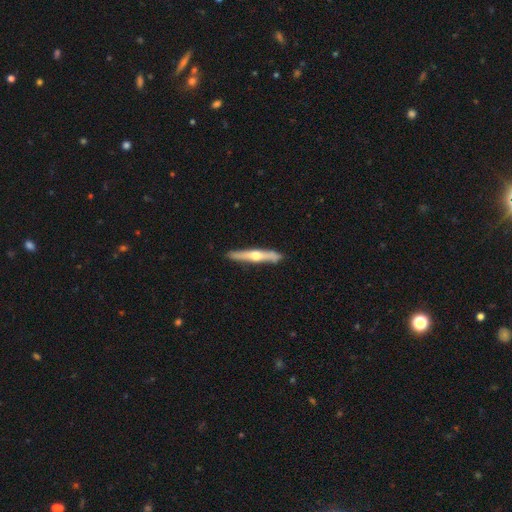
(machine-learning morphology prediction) A featured or disk galaxy (62%) viewed edge-on (94%) with a rounded central bulge (90%).

Vote fractions:
- Smooth or featured? featured or disk: 62% / smooth: 33% / star or artifact: 5%
- Edge-on disk? yes: 94% / no: 6%
- Edge-on bulge? rounded: 90% / none: 7% / boxy: 3%
- Merging? none: 88% / minor disturbance: 9% / major disturbance: 2% / merger: 1%